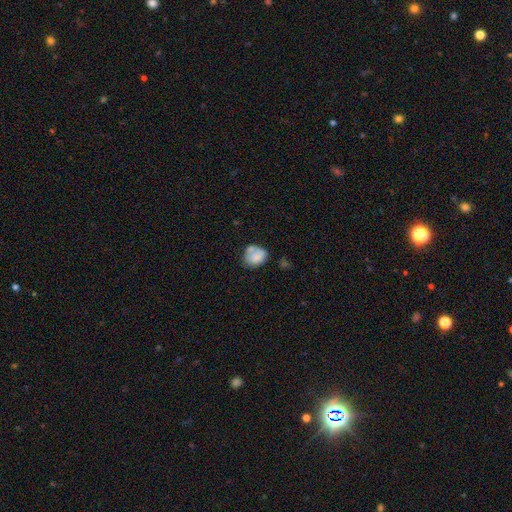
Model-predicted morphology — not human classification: A smooth galaxy with no disk features (75%) that is round (56%).

Vote fractions:
- Smooth or featured? smooth: 75% / featured or disk: 16% / star or artifact: 8%
- How rounded? round: 56% / in between: 43% / cigar-shaped: 1%
- Merging? none: 47% / minor disturbance: 25% / merger: 17% / major disturbance: 10%